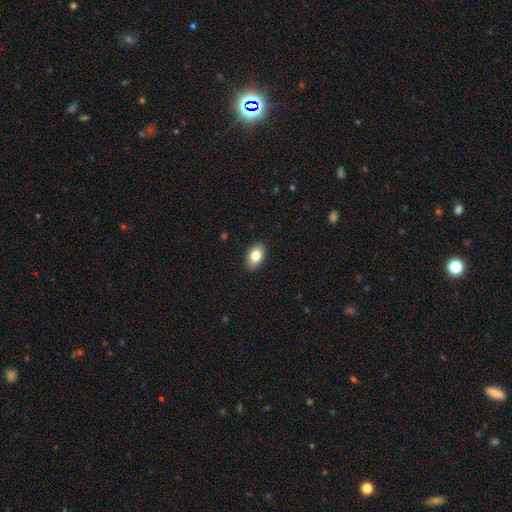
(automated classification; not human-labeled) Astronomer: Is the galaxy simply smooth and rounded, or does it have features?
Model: smooth — 81%.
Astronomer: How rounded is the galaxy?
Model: in between — 89%.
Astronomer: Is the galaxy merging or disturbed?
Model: none — 88%.